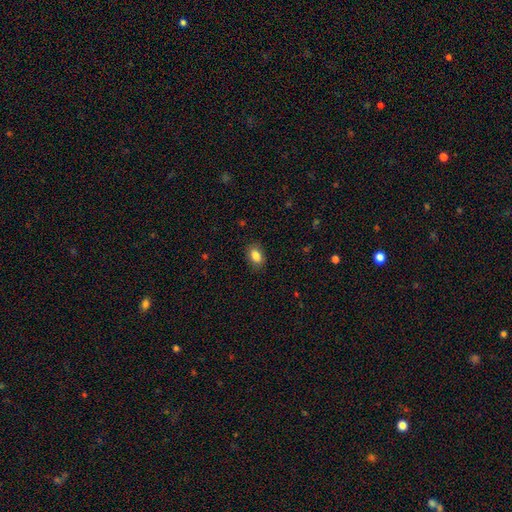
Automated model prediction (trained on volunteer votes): This is clearly a smooth galaxy (86%). How rounded: clearly in between (85%). Merging: clearly none (86%).